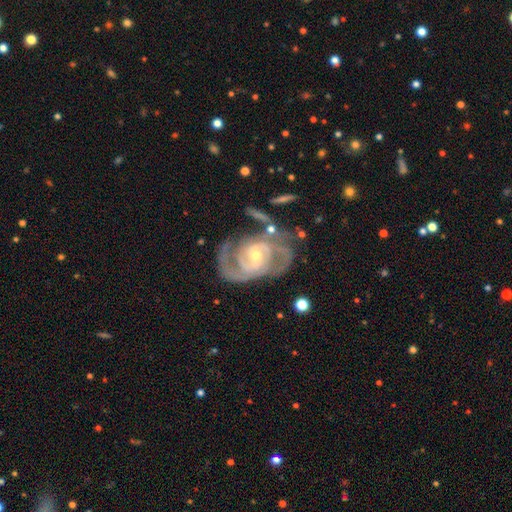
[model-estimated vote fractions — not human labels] smooth-or-featured: featured or disk: 91% | star or artifact: 5% | smooth: 5%
  disk-edge-on: no: 97% | yes: 3%
    bar: no: 49% | weak: 37% | strong: 14%
    has-spiral-arms: yes: 97% | no: 3%
      spiral-winding: tight: 53% | medium: 39% | loose: 8%
      spiral-arm-count: 2: 60% | 3: 16% | can't tell: 13% | 1: 4% | 4: 4% | more than 4: 3%
    bulge-size: small: 51% | moderate: 45% | large: 2% | none: 1% | dominant: 1%
  merging: none: 59% | minor disturbance: 20% | major disturbance: 15% | merger: 7%